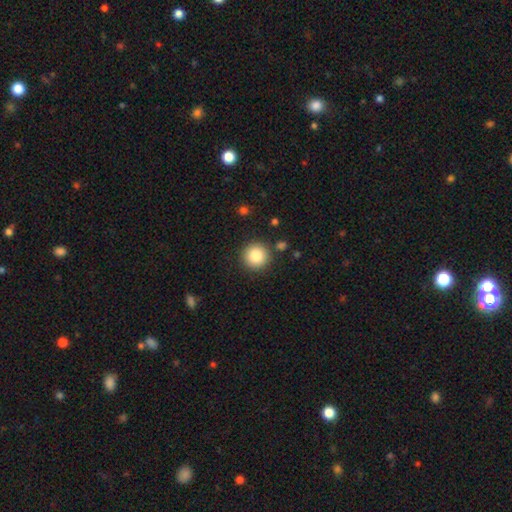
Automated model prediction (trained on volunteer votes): Q: Smooth or featured?
A: smooth (85%); runner-up: star or artifact (9%)
Q: How rounded?
A: round (95%); runner-up: in between (4%)
Q: Merging?
A: none (89%); runner-up: minor disturbance (6%)